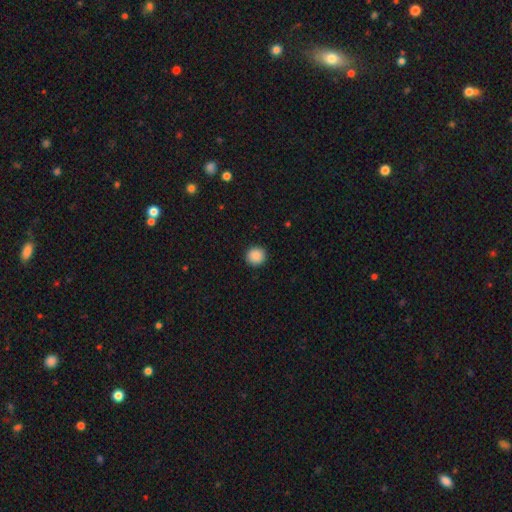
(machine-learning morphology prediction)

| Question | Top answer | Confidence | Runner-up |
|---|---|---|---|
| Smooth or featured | smooth | 89% | star or artifact (9%) |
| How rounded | round | 93% | in between (6%) |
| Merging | none | 93% | minor disturbance (5%) |